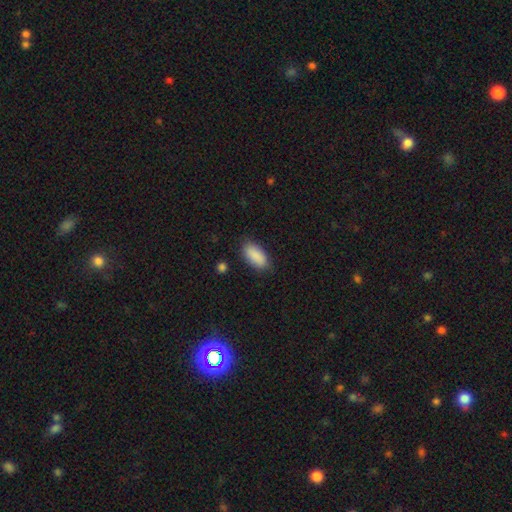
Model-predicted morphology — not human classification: smooth_or_featured: smooth (p=0.89) [alt: star or artifact p=0.07]
how_rounded: in between (p=0.89) [alt: cigar-shaped p=0.09]
merging: none (p=0.83) [alt: minor disturbance p=0.12]